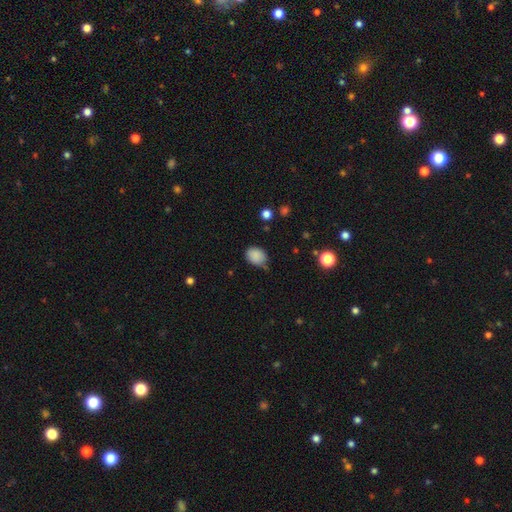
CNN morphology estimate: Overall: smooth (86%). How rounded: in between (62%; round 37%). Merging: none (63%; minor disturbance 30%).